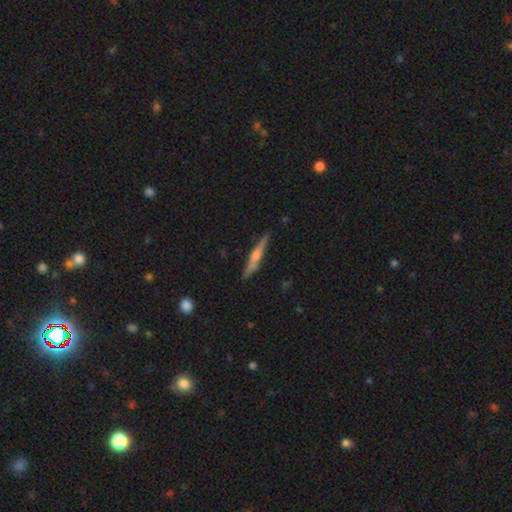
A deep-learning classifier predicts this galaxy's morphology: The model was most divided on "smooth or featured": featured or disk: 65%, smooth: 29%, star or artifact: 6%. More confident: edge-on disk — yes (97%); merging — none (88%); edge-on bulge — rounded (74%).